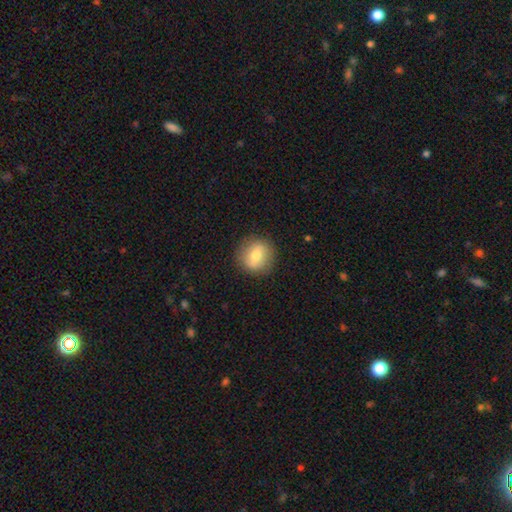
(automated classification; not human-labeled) This is likely a smooth galaxy (66%). How rounded: clearly round (87%). Merging: clearly none (88%).